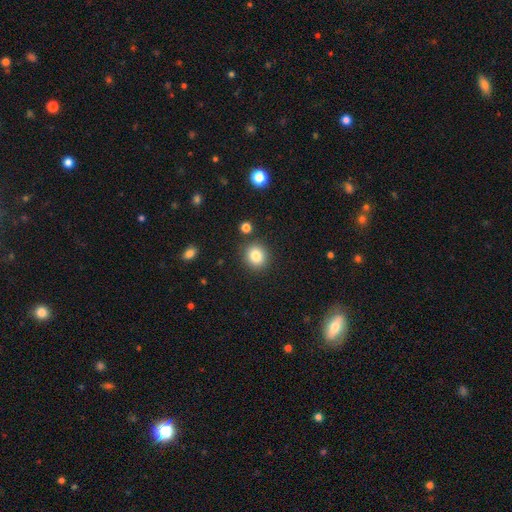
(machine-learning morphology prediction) The model was most divided on "how rounded": round: 84%, in between: 15%, cigar-shaped: 1%. More confident: merging — none (87%); smooth or featured — smooth (83%).